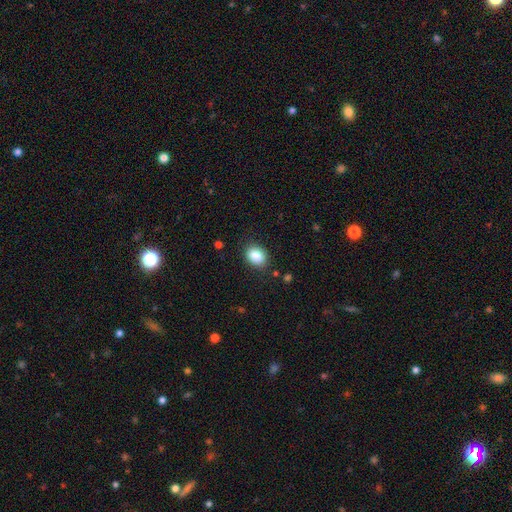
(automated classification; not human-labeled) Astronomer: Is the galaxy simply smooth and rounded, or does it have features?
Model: smooth — 87%.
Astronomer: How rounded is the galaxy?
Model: in between — 64%.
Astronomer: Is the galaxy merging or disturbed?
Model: none — 84%.